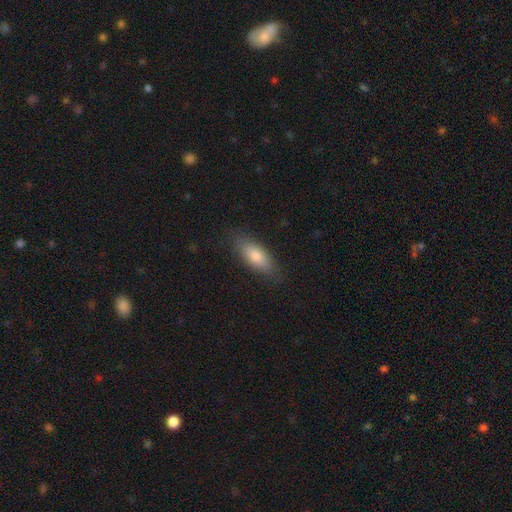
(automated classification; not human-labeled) Smooth or featured? Predicted: smooth (p=0.79). How rounded? Predicted: in between (p=0.77). Merging? Predicted: none (p=0.83).